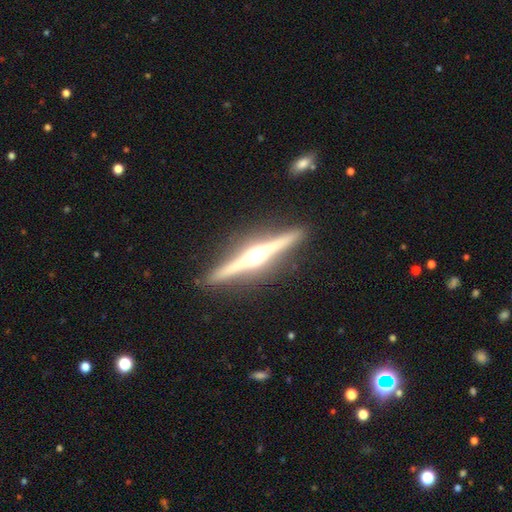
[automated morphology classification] Smooth or featured?
  - featured or disk: 84% *
  - smooth: 11%
  - star or artifact: 5%
Edge-on disk?
  - yes: 98% *
  - no: 2%
Edge-on bulge?
  - rounded: 94% *
  - boxy: 4%
  - none: 2%
Merging?
  - none: 90% *
  - minor disturbance: 7%
  - major disturbance: 2%
  - merger: 1%